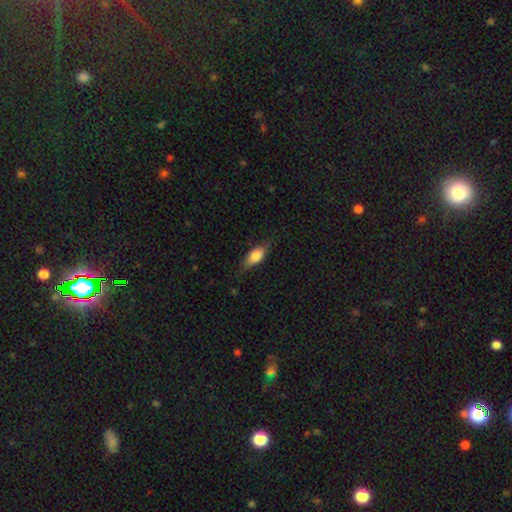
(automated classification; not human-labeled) The model was most divided on "merging": none: 72%, minor disturbance: 22%, major disturbance: 5%, merger: 1%. More confident: how rounded — in between (80%); smooth or featured — smooth (73%).